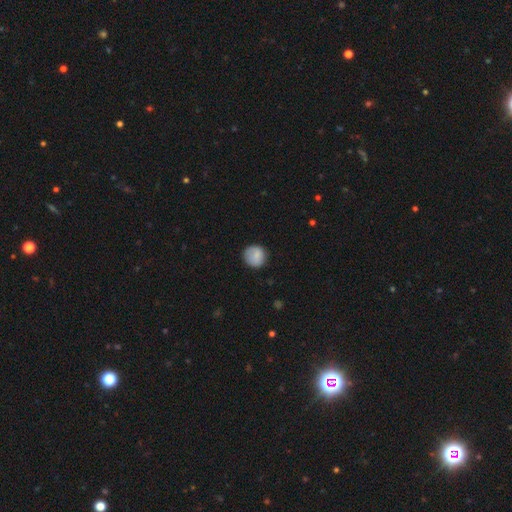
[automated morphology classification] A smooth galaxy with no disk features (84%) that is round (89%).

Vote fractions:
- Smooth or featured? smooth: 84% / featured or disk: 9% / star or artifact: 7%
- How rounded? round: 89% / in between: 10% / cigar-shaped: 1%
- Merging? none: 82% / minor disturbance: 14% / major disturbance: 3% / merger: 1%